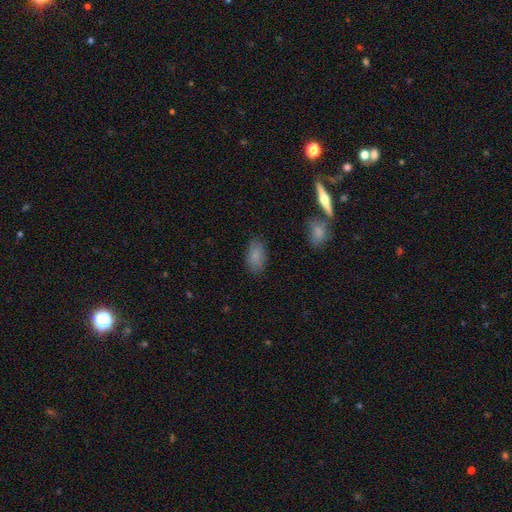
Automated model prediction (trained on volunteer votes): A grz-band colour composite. It shows a smooth galaxy with no disk features (84%) that is in between round and cigar-shaped (92%). Merging: none (84%).